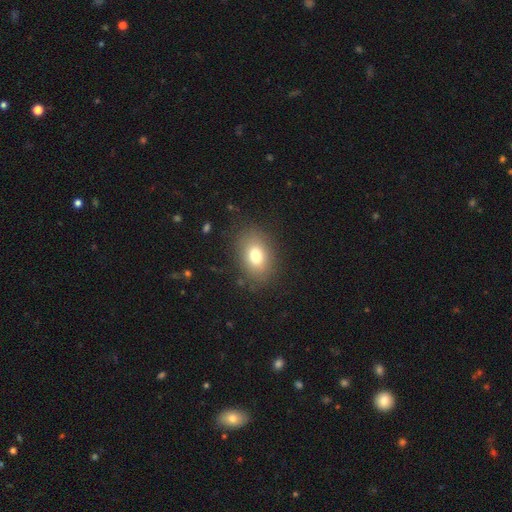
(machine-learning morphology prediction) smooth 77%, featured or disk 12%, star or artifact 11%. Down the decision tree: how rounded — in between (76%); merging — none (83%).